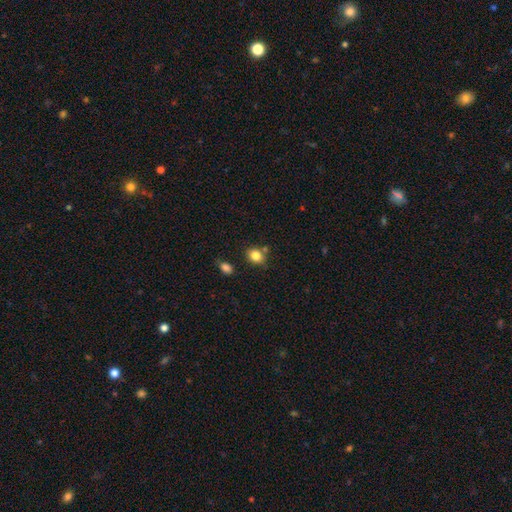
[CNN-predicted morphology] Smooth or featured? smooth (83%)
How rounded? round (54%)
Merging? none (72%)